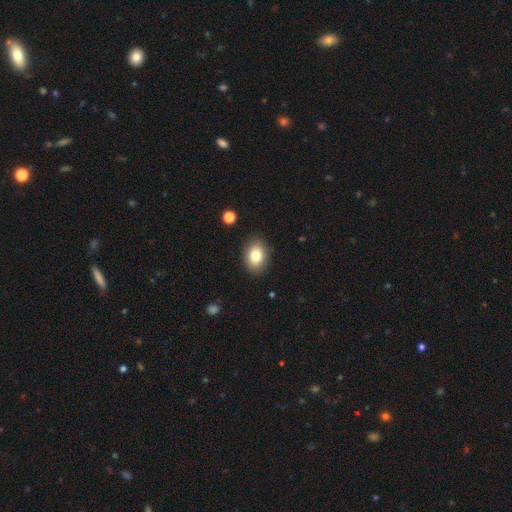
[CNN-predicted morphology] Smooth or featured?
  - smooth: 81% *
  - featured or disk: 10%
  - star or artifact: 9%
How rounded?
  - in between: 74% *
  - round: 25%
  - cigar-shaped: 1%
Merging?
  - none: 87% *
  - minor disturbance: 9%
  - major disturbance: 2%
  - merger: 1%